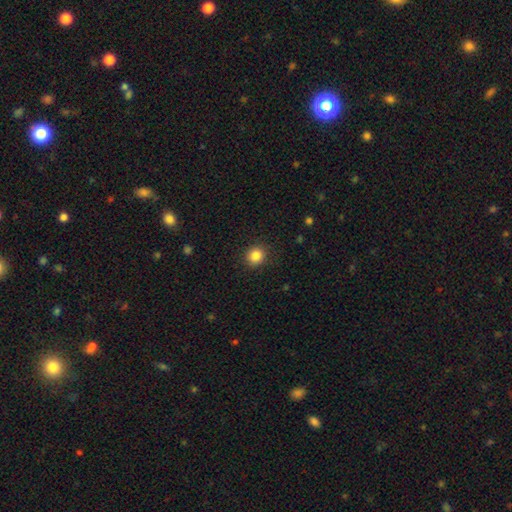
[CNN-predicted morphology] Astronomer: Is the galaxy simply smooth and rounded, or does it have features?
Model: smooth — 85%.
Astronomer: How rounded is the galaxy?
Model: round — 86%.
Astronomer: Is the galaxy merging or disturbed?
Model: none — 90%.